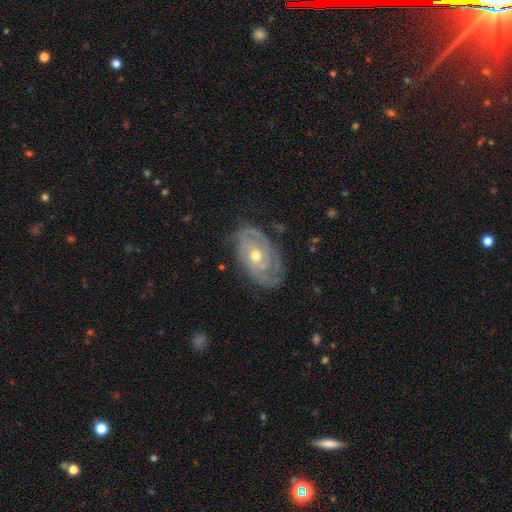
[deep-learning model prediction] Smooth or featured: featured or disk — 84% (smooth — 10%)
Edge-on disk: no — 95% (yes — 5%)
Bar: no — 75% (weak — 20%)
Spiral arms: yes — 90% (no — 10%)
Spiral winding: tight — 69% (medium — 24%)
Spiral arm count: can't tell — 34% (2 — 32%)
Bulge size: moderate — 60% (small — 37%)
Merging: none — 73% (minor disturbance — 20%)